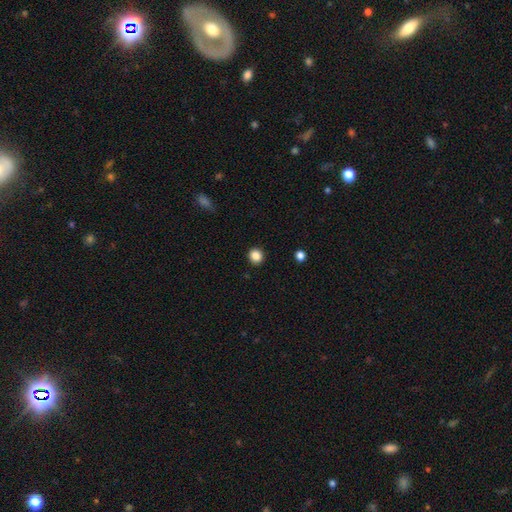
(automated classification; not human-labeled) Smooth or featured: smooth — 86% (star or artifact — 11%)
How rounded: round — 89% (in between — 10%)
Merging: none — 92% (minor disturbance — 5%)